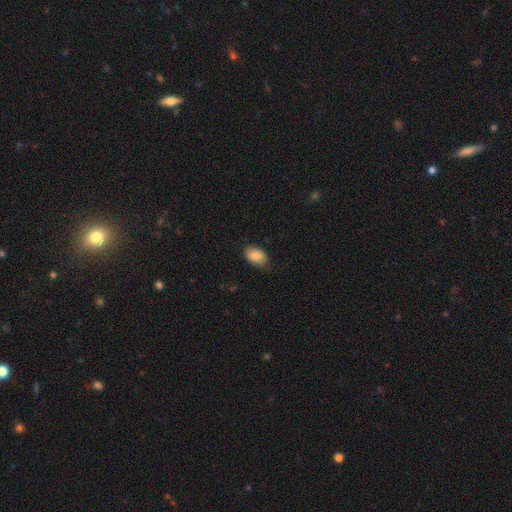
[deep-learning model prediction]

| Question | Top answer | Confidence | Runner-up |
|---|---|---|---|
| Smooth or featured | smooth | 85% | featured or disk (8%) |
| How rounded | in between | 88% | round (11%) |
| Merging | none | 79% | minor disturbance (17%) |